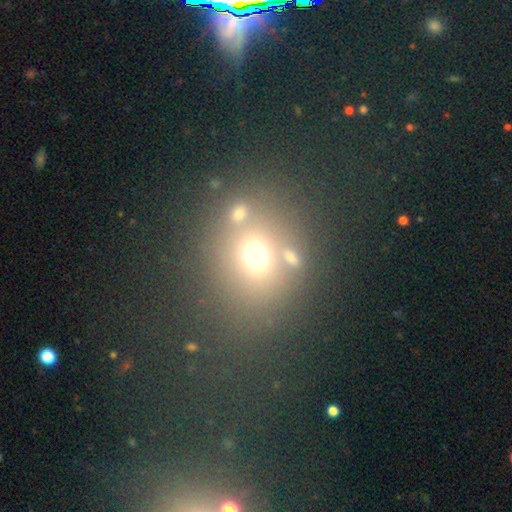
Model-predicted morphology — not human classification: The model was most divided on "smooth or featured": smooth: 62%, star or artifact: 24%, featured or disk: 14%. More confident: how rounded — round (69%); merging — none (64%).